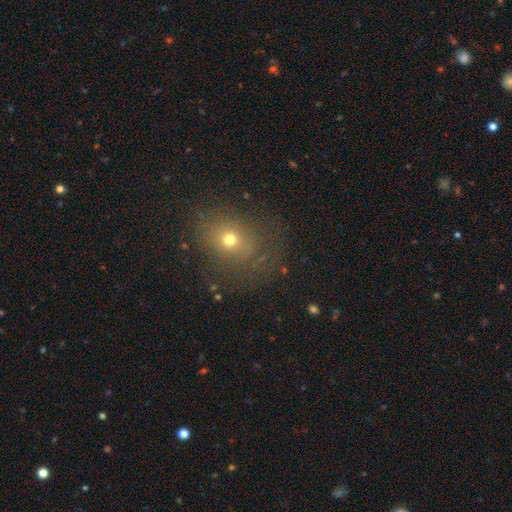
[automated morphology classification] smooth_or_featured: smooth (p=0.56) [alt: star or artifact p=0.29]
how_rounded: round (p=0.54) [alt: in between p=0.45]
merging: none (p=0.77) [alt: minor disturbance p=0.14]